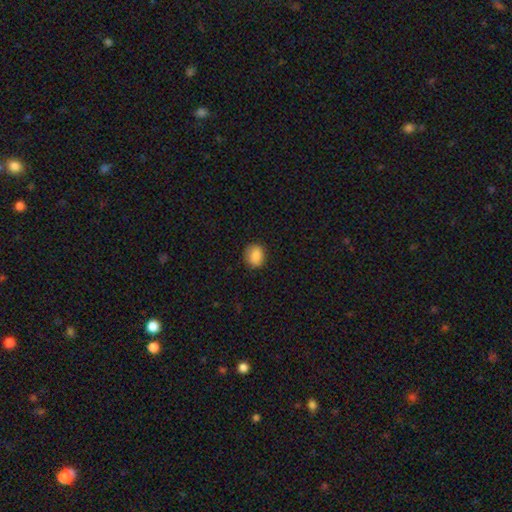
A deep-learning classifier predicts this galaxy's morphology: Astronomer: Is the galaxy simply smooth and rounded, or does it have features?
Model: smooth — 86%.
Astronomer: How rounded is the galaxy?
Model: round — 64%.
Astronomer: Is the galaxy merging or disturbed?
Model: none — 84%.